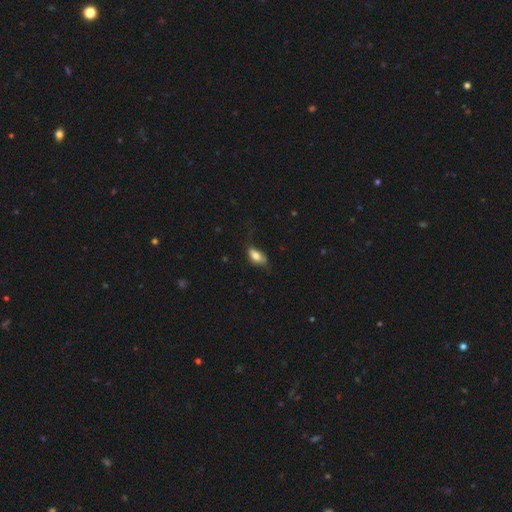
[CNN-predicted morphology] Overall: smooth (77%). How rounded: in between (88%). Merging: none (47%; minor disturbance 33%).